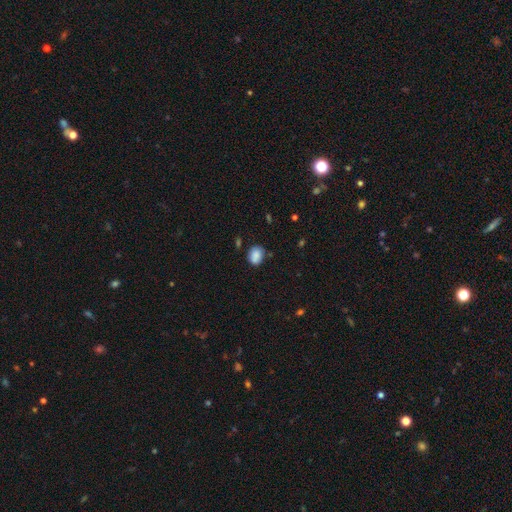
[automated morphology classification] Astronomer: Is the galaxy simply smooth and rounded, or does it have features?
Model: smooth — 85%.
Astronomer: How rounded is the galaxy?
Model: round — 54% (runner-up: in between, 45%).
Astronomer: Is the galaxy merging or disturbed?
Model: none — 74%.